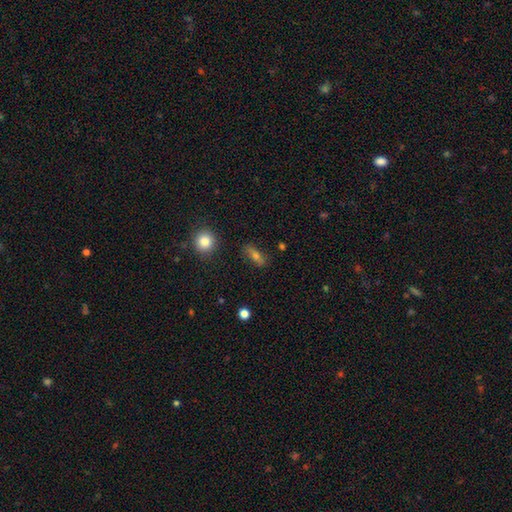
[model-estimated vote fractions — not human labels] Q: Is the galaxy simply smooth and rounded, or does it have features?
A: smooth — 57%.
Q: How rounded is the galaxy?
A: in between — 56%.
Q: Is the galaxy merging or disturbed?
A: none — 83%.